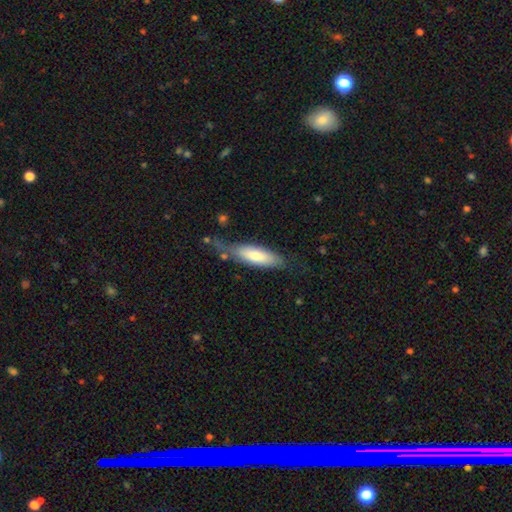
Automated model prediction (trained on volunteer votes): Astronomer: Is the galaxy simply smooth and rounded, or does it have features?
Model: smooth — 71%.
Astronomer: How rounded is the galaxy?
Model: in between — 50% (runner-up: cigar-shaped, 48%).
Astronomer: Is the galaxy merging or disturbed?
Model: none — 53%.